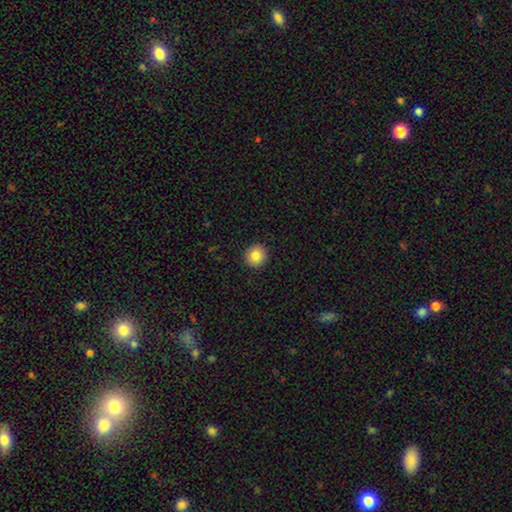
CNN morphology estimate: The model was most divided on "smooth or featured": smooth: 85%, star or artifact: 9%, featured or disk: 6%. More confident: how rounded — round (93%); merging — none (93%).